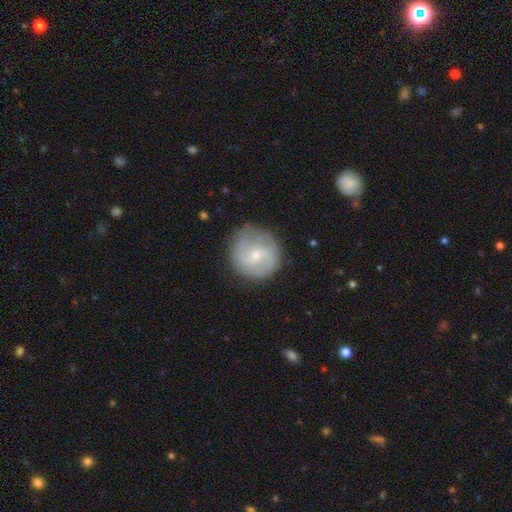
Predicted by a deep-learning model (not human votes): Morphology: type=featured or disk (70%); edge-on=no (98%); bar=weak (45%, tied with no); spiral arms=yes (89%); winding=medium (47%); arm count=2 (74%); bulge=small (68%); merging=none (81%).